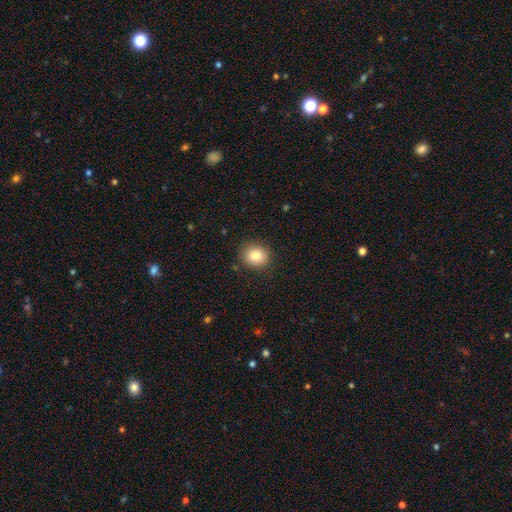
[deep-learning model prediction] smooth-or-featured: smooth: 84% | star or artifact: 10% | featured or disk: 7%
  how-rounded: round: 75% | in between: 24% | cigar-shaped: 1%
  merging: none: 88% | minor disturbance: 8% | major disturbance: 2% | merger: 1%